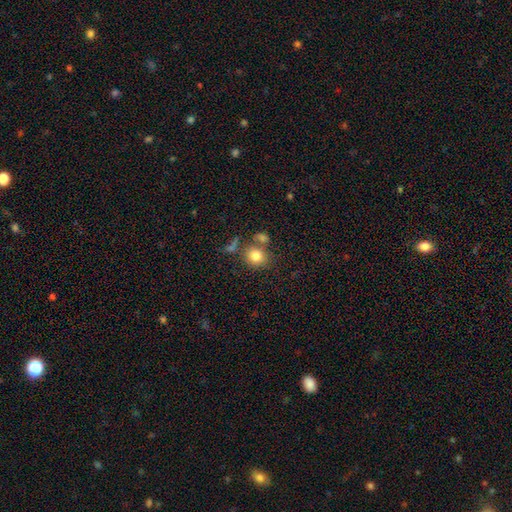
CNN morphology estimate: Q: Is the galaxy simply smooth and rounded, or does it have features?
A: smooth — 80%.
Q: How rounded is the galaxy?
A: round — 78%.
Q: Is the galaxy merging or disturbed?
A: none — 65%.